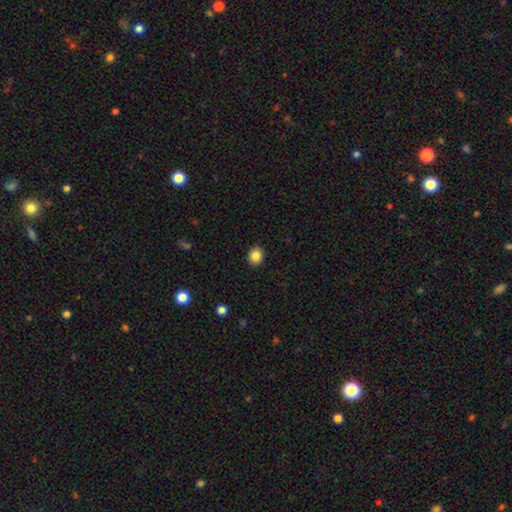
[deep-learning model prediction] This appears to be a smooth galaxy with no disk features (85%) that is round (69%). Merging: none (91%).